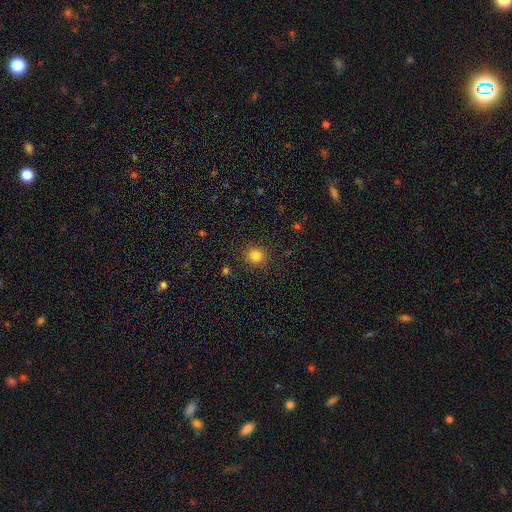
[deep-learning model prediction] Smooth or featured?
  - smooth: 82% *
  - star or artifact: 12%
  - featured or disk: 6%
How rounded?
  - round: 85% *
  - in between: 14%
  - cigar-shaped: 1%
Merging?
  - none: 89% *
  - minor disturbance: 7%
  - major disturbance: 3%
  - merger: 1%